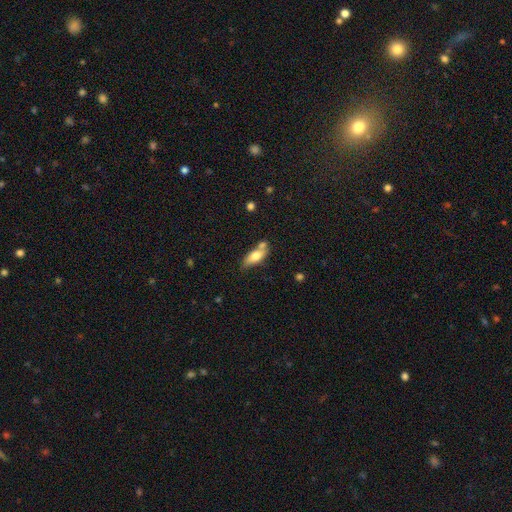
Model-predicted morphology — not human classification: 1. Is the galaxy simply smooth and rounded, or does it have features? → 68% smooth, 25% featured or disk, 7% star or artifact.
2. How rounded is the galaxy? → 71% in between, 26% cigar-shaped, 3% round.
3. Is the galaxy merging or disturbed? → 53% none, 24% merger, 19% minor disturbance, 5% major disturbance.